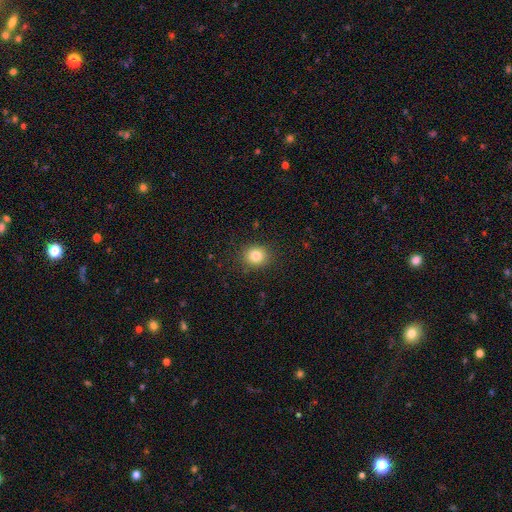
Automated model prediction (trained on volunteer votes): Q: Smooth or featured?
A: smooth (82%); runner-up: star or artifact (11%)
Q: How rounded?
A: round (80%); runner-up: in between (19%)
Q: Merging?
A: none (89%); runner-up: minor disturbance (8%)